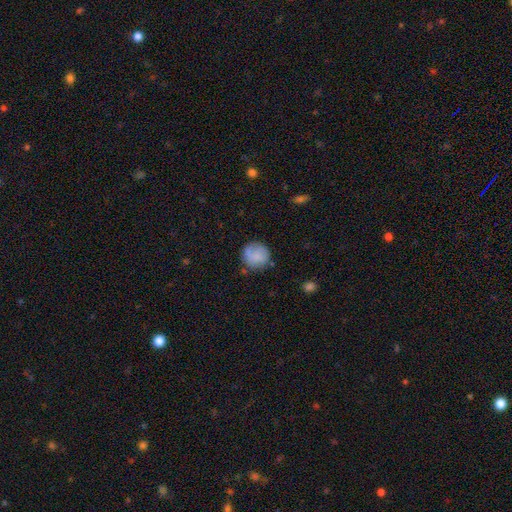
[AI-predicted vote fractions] Q: Smooth or featured?
A: smooth (80%); runner-up: featured or disk (12%)
Q: How rounded?
A: round (90%); runner-up: in between (9%)
Q: Merging?
A: none (70%); runner-up: minor disturbance (19%)